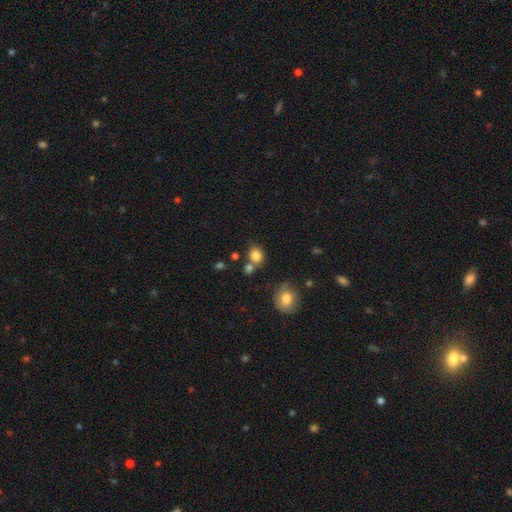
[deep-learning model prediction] Morphology: type=smooth (83%); roundness=round (68%); merging=none (62%).